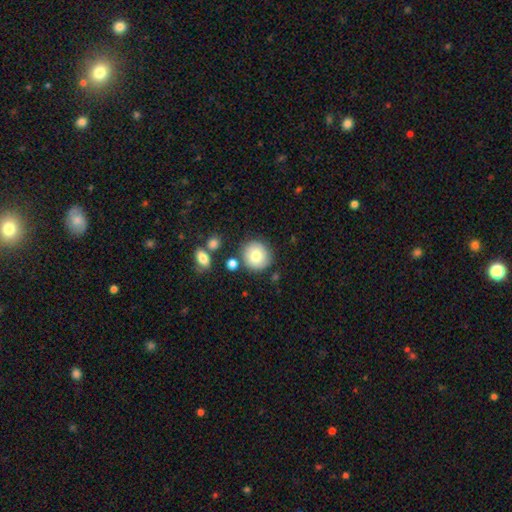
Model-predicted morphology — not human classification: type=smooth (79%); roundness=round (91%); merging=none (81%).